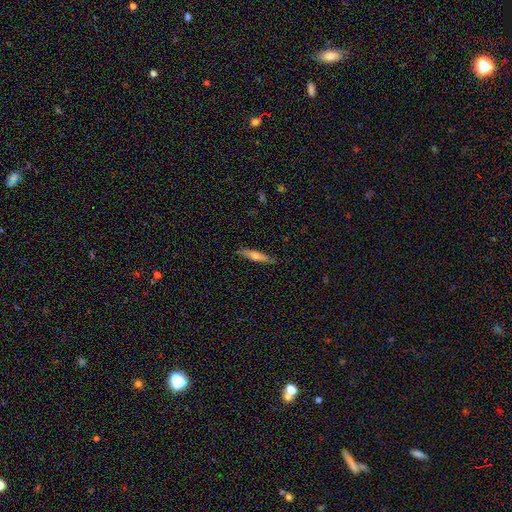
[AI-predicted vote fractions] smooth_or_featured: smooth (p=0.56) [alt: featured or disk p=0.39]
how_rounded: cigar-shaped (p=0.87) [alt: in between p=0.11]
merging: none (p=0.87) [alt: minor disturbance p=0.10]